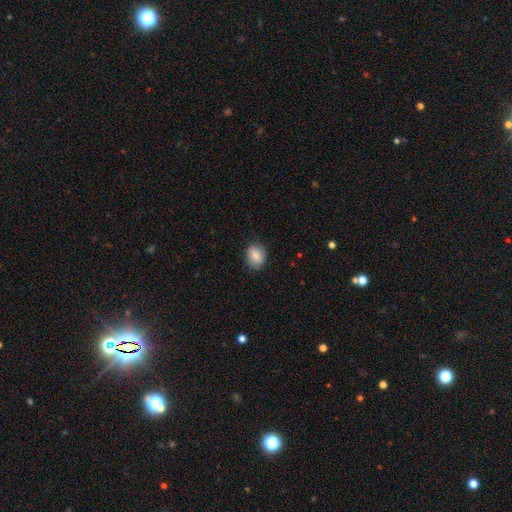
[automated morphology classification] This appears to be a smooth galaxy with no disk features (77%) that is round (55%). Merging: none (80%).